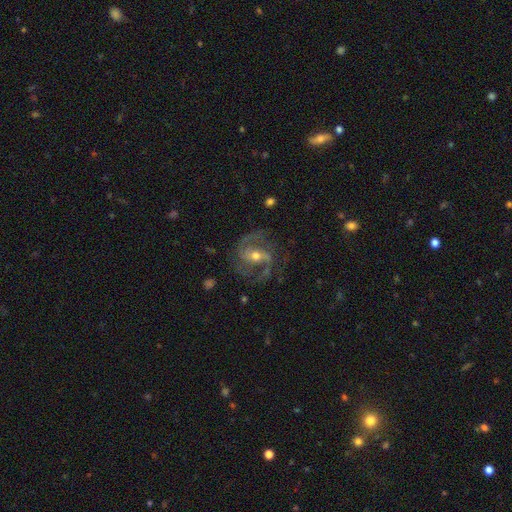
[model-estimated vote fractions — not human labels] Smooth or featured? Predicted: featured or disk (p=0.88). Edge-on disk? Predicted: no (p=0.97). Bar? Predicted: weak (p=0.43). Spiral arms? Predicted: yes (p=0.96). Spiral winding? Predicted: medium (p=0.58). Spiral arm count? Predicted: 2 (p=0.78). Bulge size? Predicted: moderate (p=0.66). Merging? Predicted: none (p=0.69).